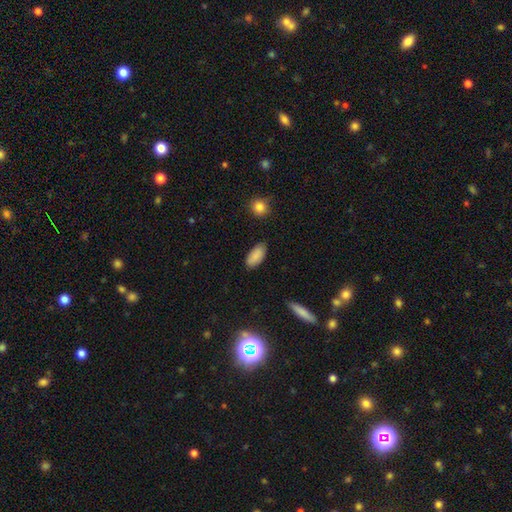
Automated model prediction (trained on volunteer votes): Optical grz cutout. It shows a smooth galaxy with no disk features (88%) that is in between round and cigar-shaped (91%). Merging: none (85%).